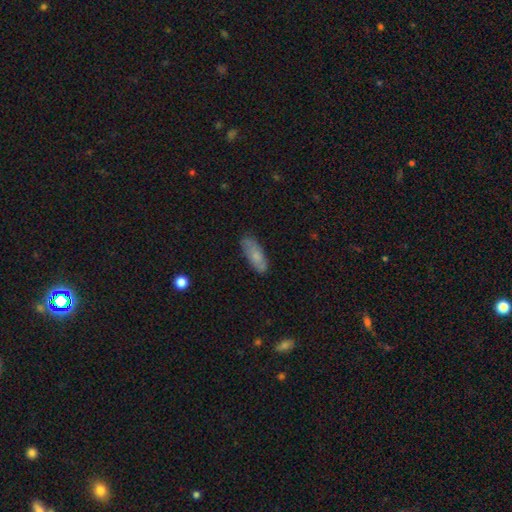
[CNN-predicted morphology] smooth-or-featured: smooth: 72% | featured or disk: 21% | star or artifact: 7%
  how-rounded: in between: 68% | cigar-shaped: 30% | round: 2%
  merging: none: 75% | minor disturbance: 19% | major disturbance: 4% | merger: 2%